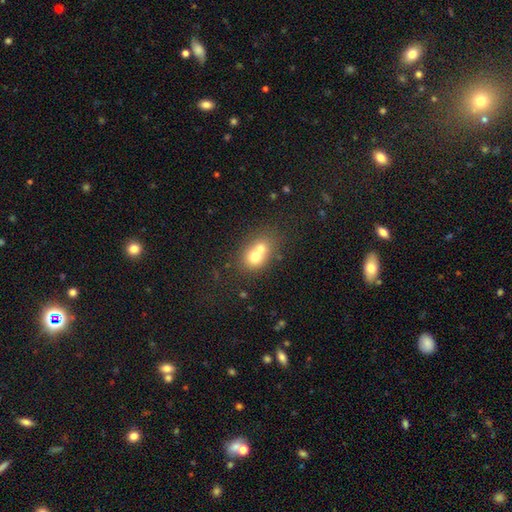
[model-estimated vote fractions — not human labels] Smooth or featured?
  - smooth: 68% *
  - featured or disk: 21%
  - star or artifact: 11%
How rounded?
  - round: 63% *
  - in between: 36%
  - cigar-shaped: 1%
Merging?
  - merger: 67% *
  - none: 24%
  - minor disturbance: 6%
  - major disturbance: 3%